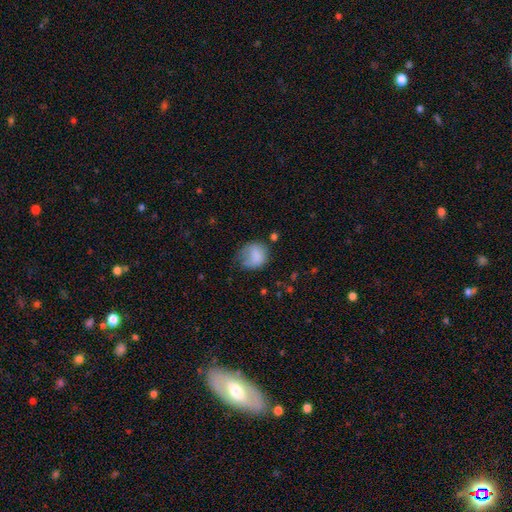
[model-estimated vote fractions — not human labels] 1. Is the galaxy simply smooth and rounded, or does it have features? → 79% smooth, 13% featured or disk, 8% star or artifact.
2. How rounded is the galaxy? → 69% round, 30% in between, 1% cigar-shaped.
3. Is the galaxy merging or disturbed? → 43% none, 33% minor disturbance, 20% major disturbance, 3% merger.